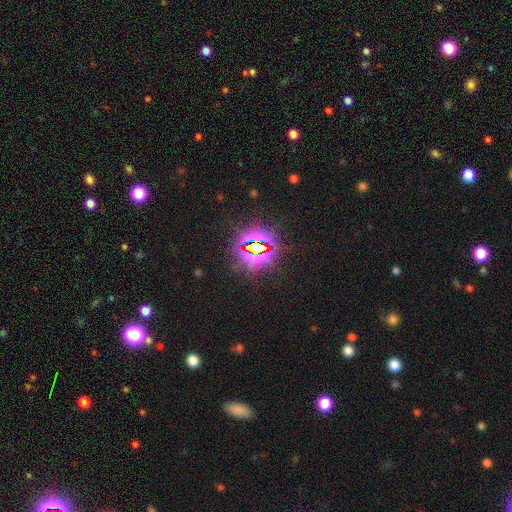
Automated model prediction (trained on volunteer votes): A star or artifact, not a galaxy (81%).

Vote fractions:
- Smooth or featured? star or artifact: 81% / smooth: 10% / featured or disk: 8%